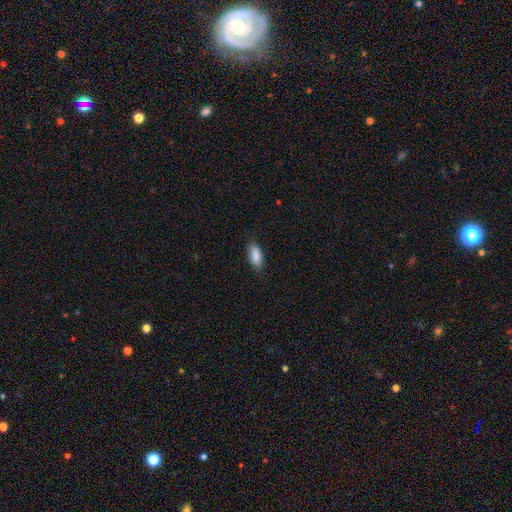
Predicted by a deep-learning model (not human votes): Smooth or featured? Predicted: smooth (p=0.87). How rounded? Predicted: in between (p=0.83). Merging? Predicted: none (p=0.81).